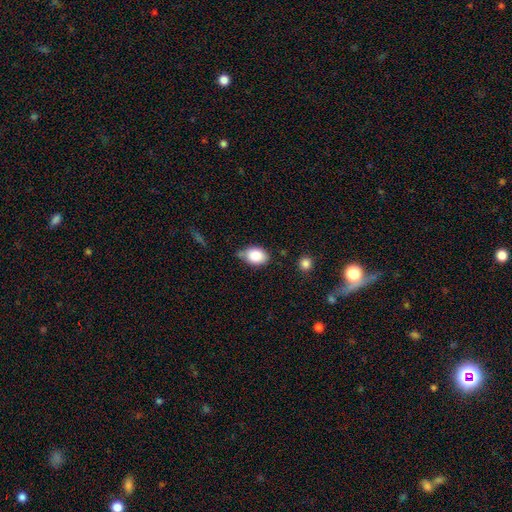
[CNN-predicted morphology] smooth_or_featured: smooth (p=0.85) [alt: star or artifact p=0.08]
how_rounded: in between (p=0.73) [alt: round p=0.26]
merging: none (p=0.60) [alt: minor disturbance p=0.27]